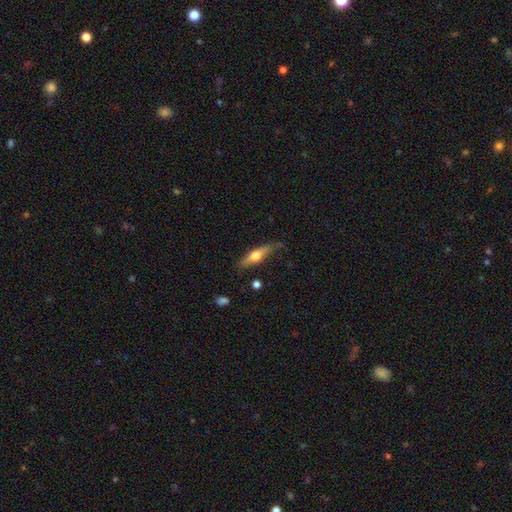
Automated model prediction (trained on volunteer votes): Smooth or featured? featured or disk (50%)
Merging? none (75%)